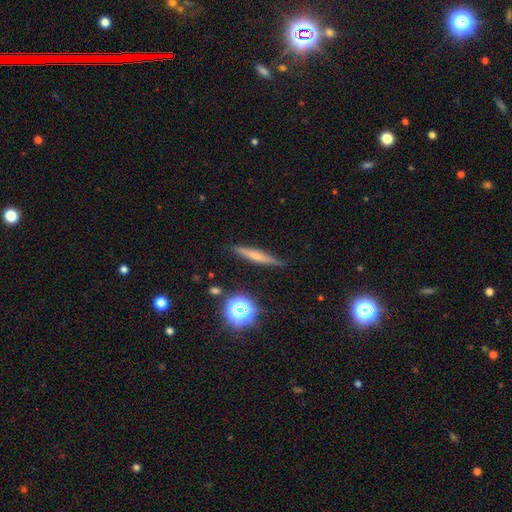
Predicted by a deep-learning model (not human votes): The model was most divided on "smooth or featured": smooth: 48%, featured or disk: 41%, star or artifact: 11%. More confident: merging — none (86%).